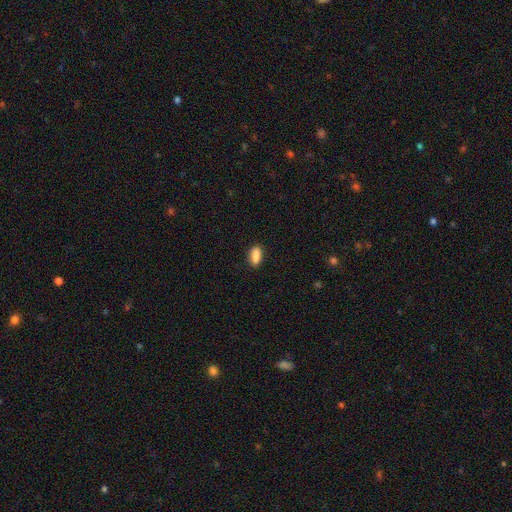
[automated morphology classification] Smooth or featured: smooth — 88% (star or artifact — 7%)
How rounded: in between — 80% (cigar-shaped — 17%)
Merging: none — 87% (minor disturbance — 9%)